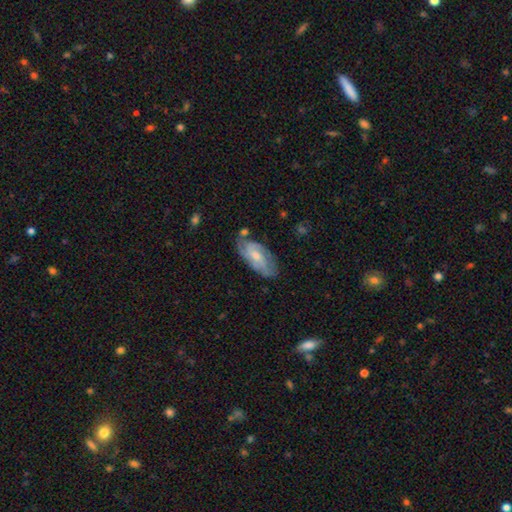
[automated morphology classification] Smooth or featured? Predicted: featured or disk (p=0.68). Edge-on disk? Predicted: no (p=0.93). Bar? Predicted: no (p=0.53). Spiral arms? Predicted: yes (p=0.89). Spiral winding? Predicted: tight (p=0.42, tied with medium). Spiral arm count? Predicted: 2 (p=0.34). Bulge size? Predicted: small (p=0.49). Merging? Predicted: none (p=0.65).